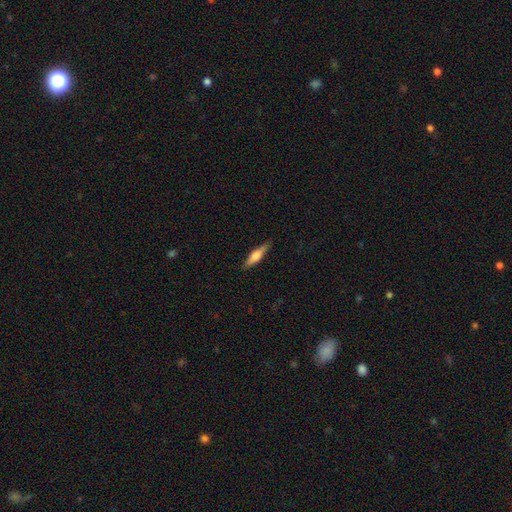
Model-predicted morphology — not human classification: This appears to be a smooth galaxy with no disk features (57%) that is cigar-shaped (76%). Merging: none (83%).